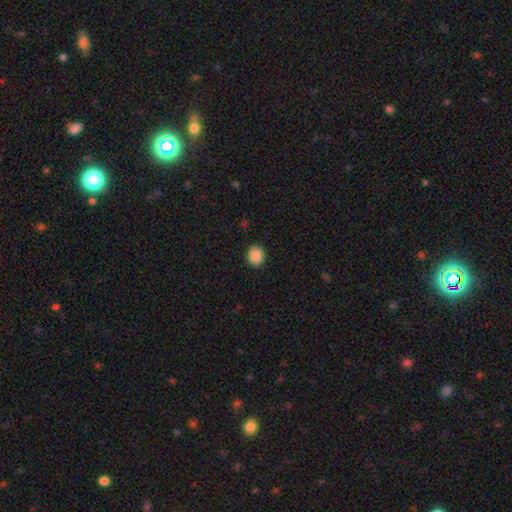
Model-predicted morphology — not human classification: Smooth or featured? Predicted: smooth (p=0.88). How rounded? Predicted: round (p=0.67). Merging? Predicted: none (p=0.89).